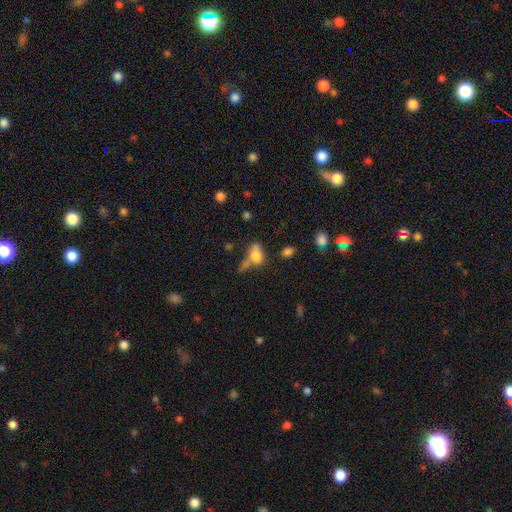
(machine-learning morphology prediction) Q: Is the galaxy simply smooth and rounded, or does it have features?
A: smooth — 67%.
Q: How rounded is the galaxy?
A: in between — 69%.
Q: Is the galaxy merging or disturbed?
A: none — 31%.